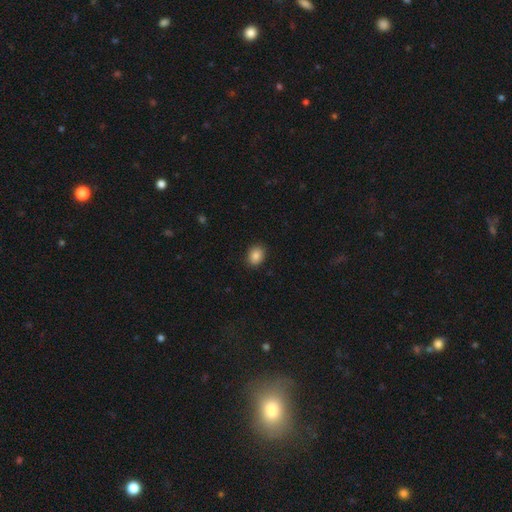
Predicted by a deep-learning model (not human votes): A smooth galaxy with no disk features (86%) that is in between round and cigar-shaped (55%). Merging: none (89%).